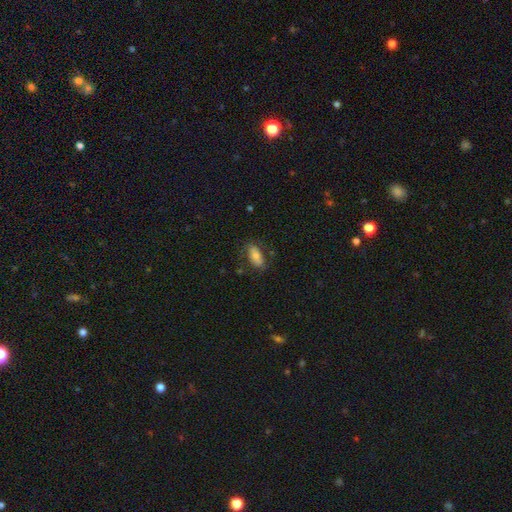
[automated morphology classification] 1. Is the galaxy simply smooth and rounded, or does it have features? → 65% smooth, 27% featured or disk, 8% star or artifact.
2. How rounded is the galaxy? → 89% in between, 7% cigar-shaped, 4% round.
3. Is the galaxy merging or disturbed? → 71% none, 19% minor disturbance, 8% major disturbance, 2% merger.